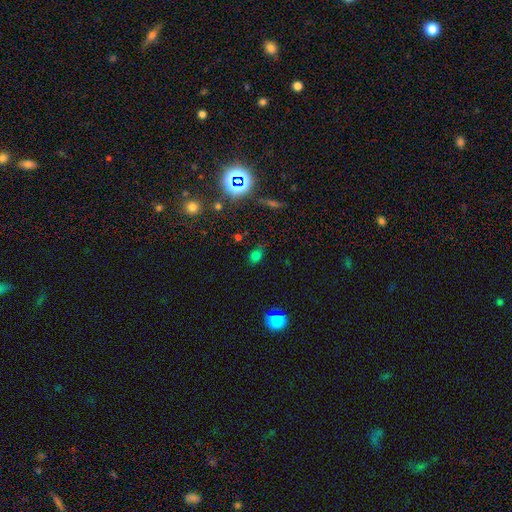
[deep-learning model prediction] Smooth or featured?
  - smooth: 61% *
  - star or artifact: 32%
  - featured or disk: 7%
How rounded?
  - round: 49% *
  - in between: 48%
  - cigar-shaped: 2%
Merging?
  - none: 76% *
  - minor disturbance: 15%
  - major disturbance: 5%
  - merger: 3%